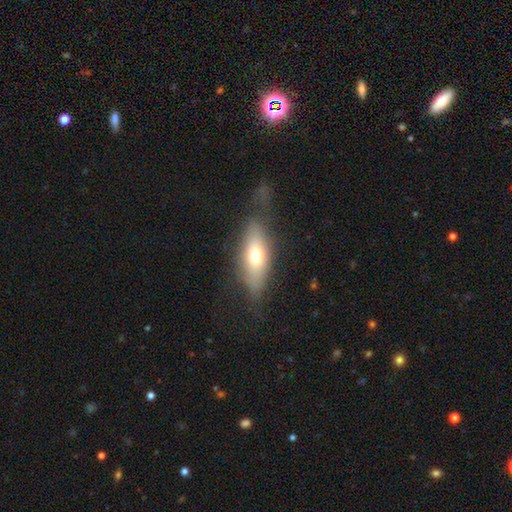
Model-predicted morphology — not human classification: smooth 64%, featured or disk 27%, star or artifact 9%. Down the decision tree: how rounded — in between (73%); merging — none (65%).